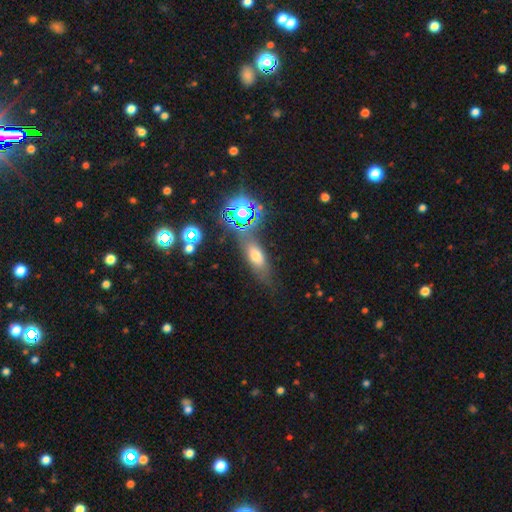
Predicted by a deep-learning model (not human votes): smooth_or_featured: smooth (p=0.57) [alt: star or artifact p=0.23]
how_rounded: in between (p=0.61) [alt: cigar-shaped p=0.29]
merging: none (p=0.68) [alt: minor disturbance p=0.15]